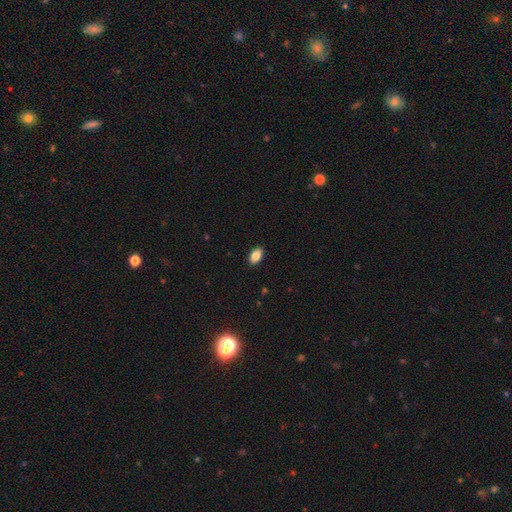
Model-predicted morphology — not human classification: type=smooth (87%); roundness=in between (92%); merging=none (90%).